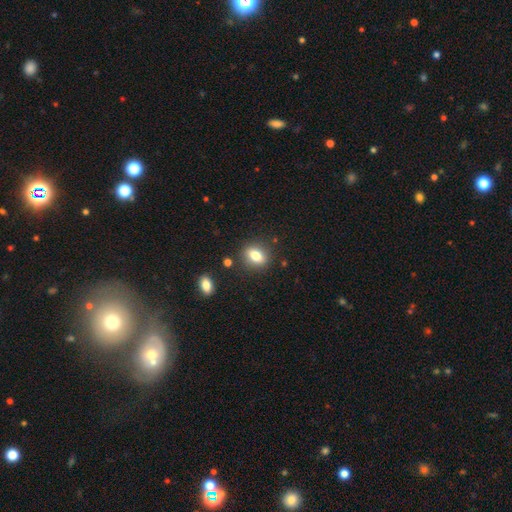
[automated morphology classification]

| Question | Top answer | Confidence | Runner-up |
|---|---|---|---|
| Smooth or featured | smooth | 77% | featured or disk (14%) |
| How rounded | in between | 64% | round (32%) |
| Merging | none | 85% | minor disturbance (9%) |